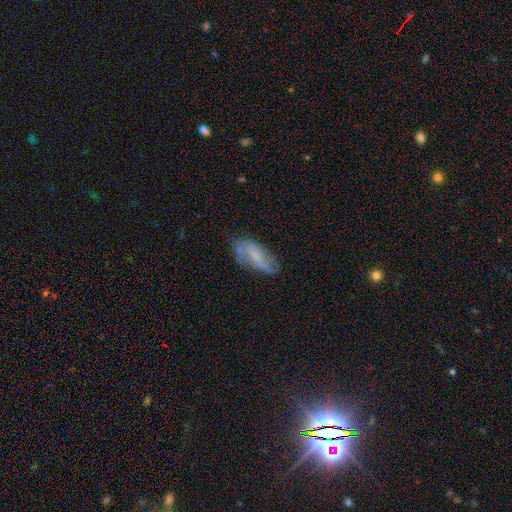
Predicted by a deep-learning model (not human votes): Smooth or featured? smooth (48%)
Merging? none (56%)